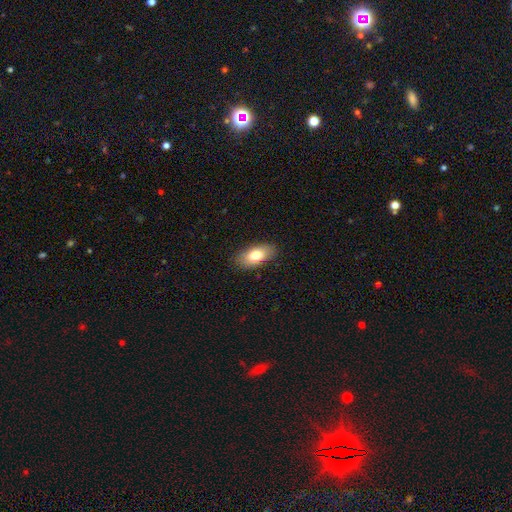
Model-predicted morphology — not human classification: This is likely a smooth galaxy (76%). How rounded: clearly in between (89%). Merging: clearly none (86%).